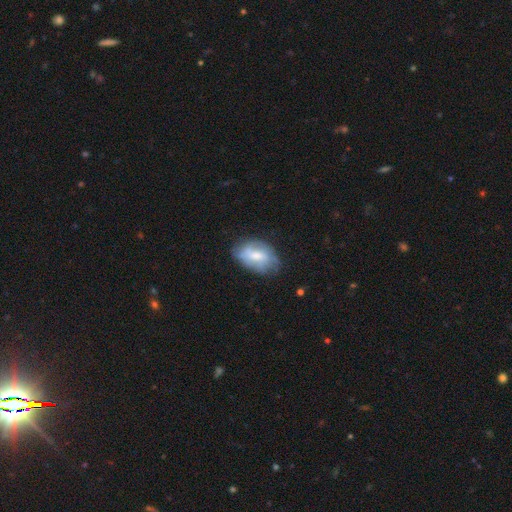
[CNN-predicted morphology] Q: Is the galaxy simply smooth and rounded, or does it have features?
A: smooth — 49%.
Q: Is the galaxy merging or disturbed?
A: none — 59%.